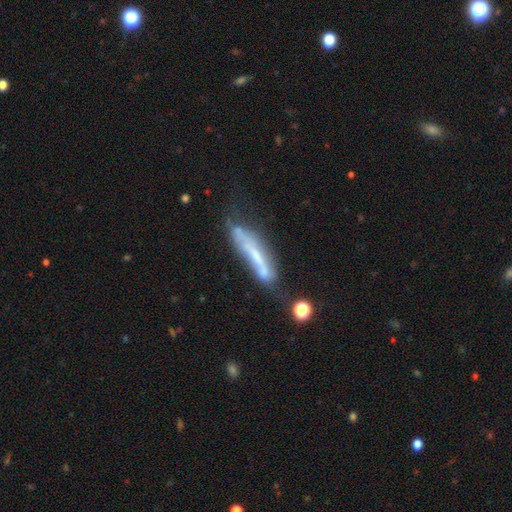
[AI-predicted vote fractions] smooth-or-featured: featured or disk: 53% | smooth: 37% | star or artifact: 9%
  disk-edge-on: yes: 55% | no: 45%
  merging: none: 37% | minor disturbance: 28% | major disturbance: 21% | merger: 14%